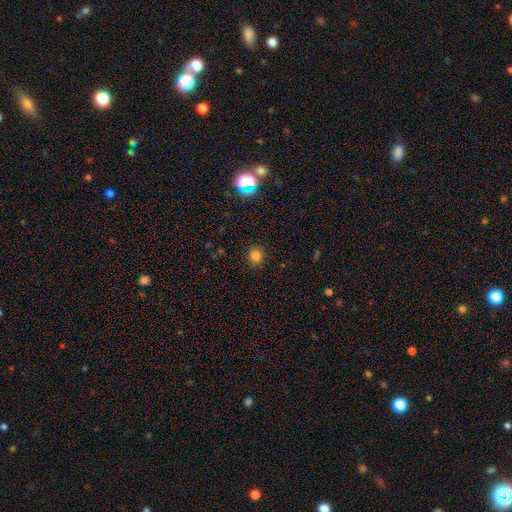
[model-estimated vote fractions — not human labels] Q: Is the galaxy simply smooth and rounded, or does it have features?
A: smooth — 79%.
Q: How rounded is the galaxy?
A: round — 78%.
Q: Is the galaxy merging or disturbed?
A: none — 88%.